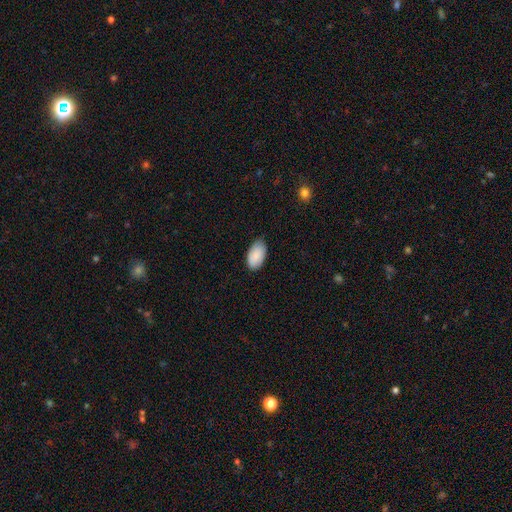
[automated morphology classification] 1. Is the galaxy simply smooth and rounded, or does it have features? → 88% smooth, 6% featured or disk, 6% star or artifact.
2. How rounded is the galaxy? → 96% in between, 3% round, 1% cigar-shaped.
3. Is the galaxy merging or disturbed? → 81% none, 15% minor disturbance, 2% major disturbance, 1% merger.